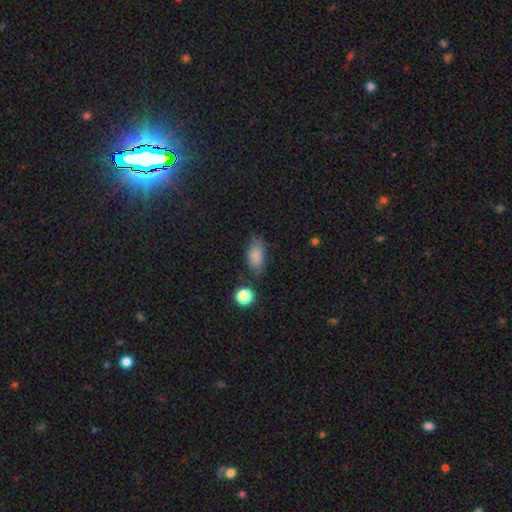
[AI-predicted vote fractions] Q: Smooth or featured?
A: smooth (83%); runner-up: star or artifact (10%)
Q: How rounded?
A: in between (88%); runner-up: round (8%)
Q: Merging?
A: none (65%); runner-up: minor disturbance (24%)